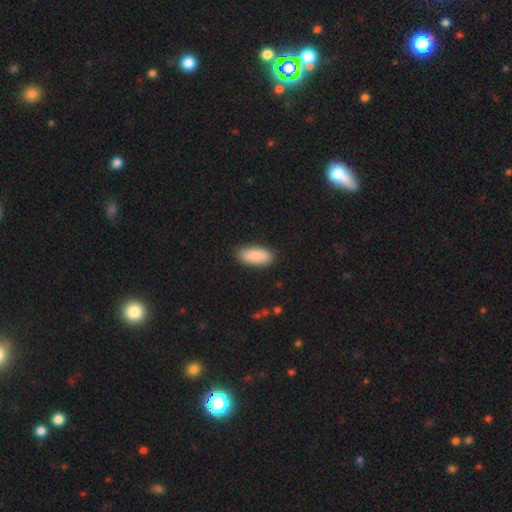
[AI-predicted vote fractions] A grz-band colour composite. It shows a smooth galaxy with no disk features (89%) that is in between round and cigar-shaped (86%). Merging: none (86%).